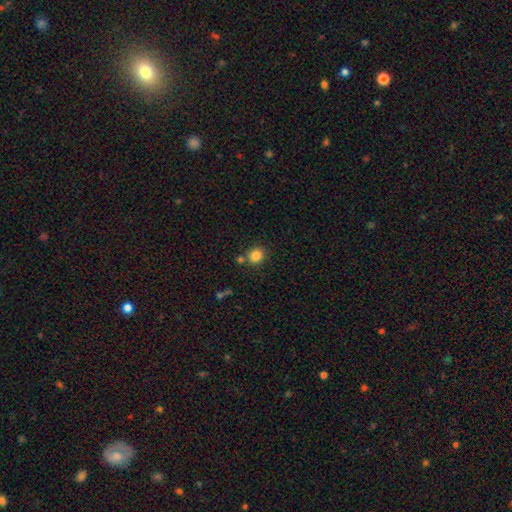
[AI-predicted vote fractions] Smooth or featured?
  - smooth: 83% *
  - star or artifact: 11%
  - featured or disk: 6%
How rounded?
  - round: 76% *
  - in between: 23%
  - cigar-shaped: 1%
Merging?
  - none: 74% *
  - merger: 13%
  - minor disturbance: 10%
  - major disturbance: 3%